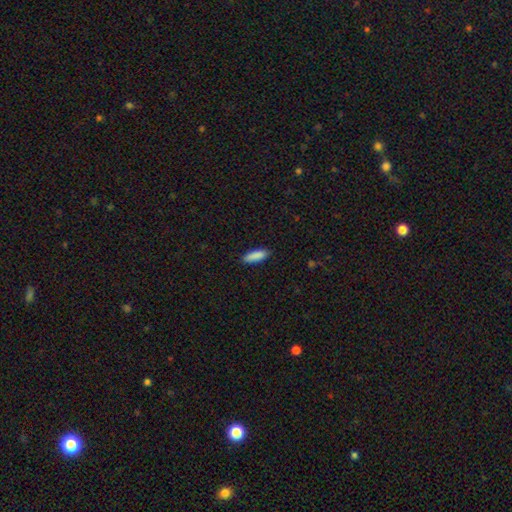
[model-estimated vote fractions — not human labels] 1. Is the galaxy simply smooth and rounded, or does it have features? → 89% smooth, 6% star or artifact, 5% featured or disk.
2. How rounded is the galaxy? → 52% in between, 46% cigar-shaped, 2% round.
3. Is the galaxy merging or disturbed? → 87% none, 10% minor disturbance, 2% major disturbance, 1% merger.